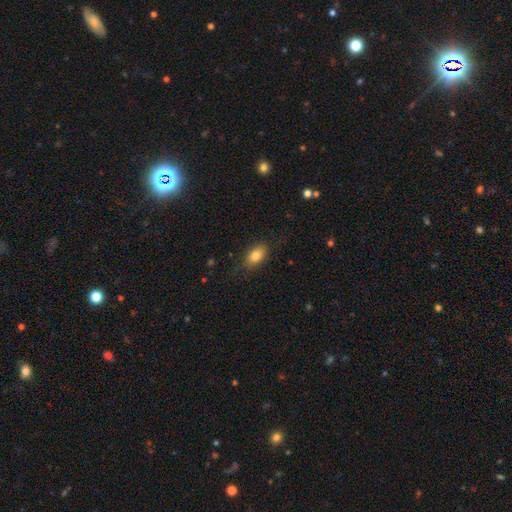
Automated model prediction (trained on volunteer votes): Smooth or featured? smooth (82%)
How rounded? in between (89%)
Merging? none (84%)